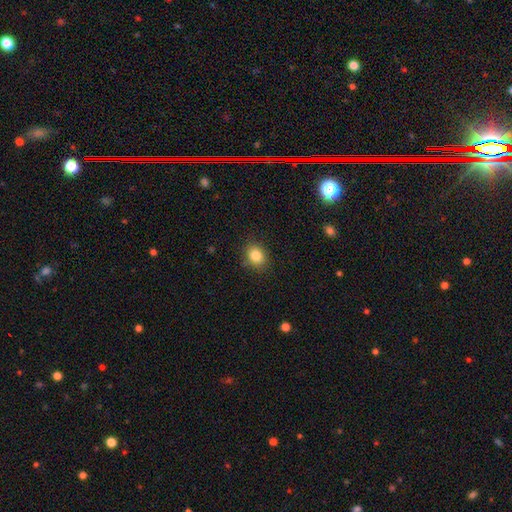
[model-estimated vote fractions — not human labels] This is clearly a smooth galaxy (84%). How rounded: possibly round (57%). Merging: clearly none (86%).